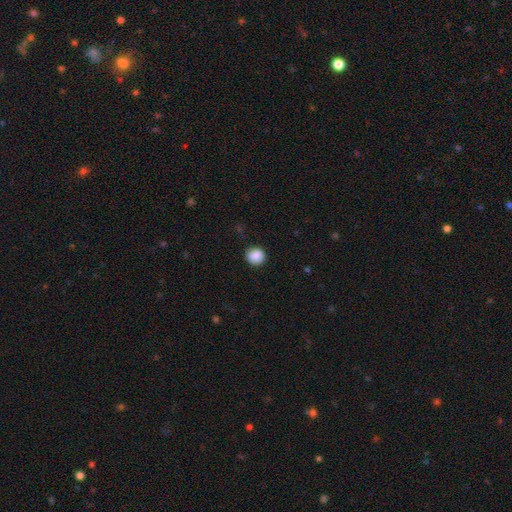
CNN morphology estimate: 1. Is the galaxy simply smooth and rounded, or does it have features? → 88% smooth, 8% star or artifact, 4% featured or disk.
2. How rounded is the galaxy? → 87% round, 12% in between, 1% cigar-shaped.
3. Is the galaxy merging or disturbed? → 88% none, 9% minor disturbance, 2% major disturbance, 1% merger.